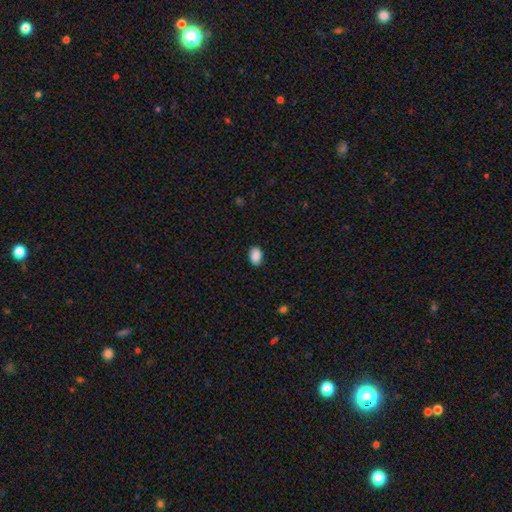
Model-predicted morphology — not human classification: This is clearly a smooth galaxy (89%). How rounded: clearly in between (86%). Merging: clearly none (85%).